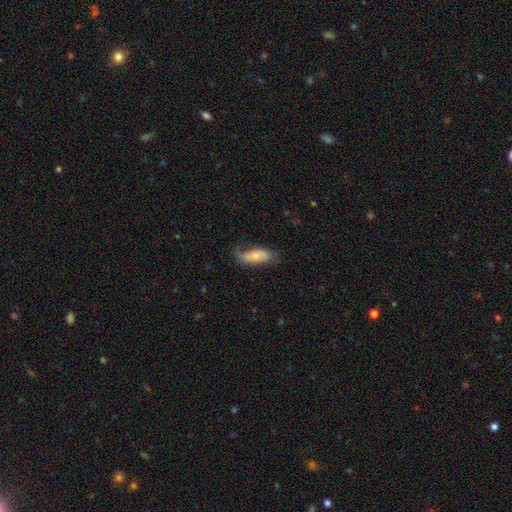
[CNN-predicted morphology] type=smooth (55%); roundness=in between (79%); merging=none (58%).